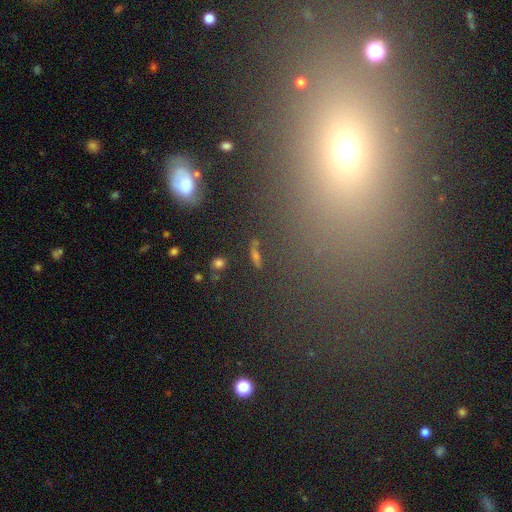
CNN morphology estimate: A star or artifact, not a galaxy (47%).